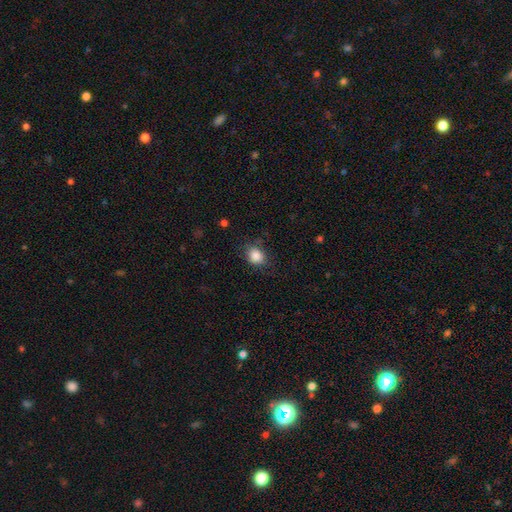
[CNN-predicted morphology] The model was most divided on "how rounded": round: 61%, in between: 38%, cigar-shaped: 1%. More confident: smooth or featured — smooth (86%); merging — none (73%).